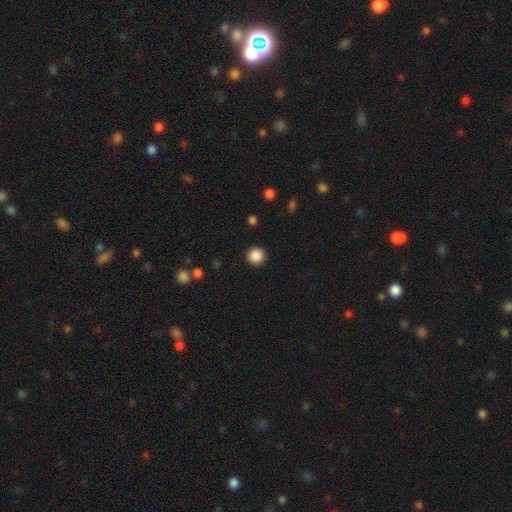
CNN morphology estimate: smooth 87%, star or artifact 10%, featured or disk 3%. Down the decision tree: how rounded — round (95%); merging — none (92%).